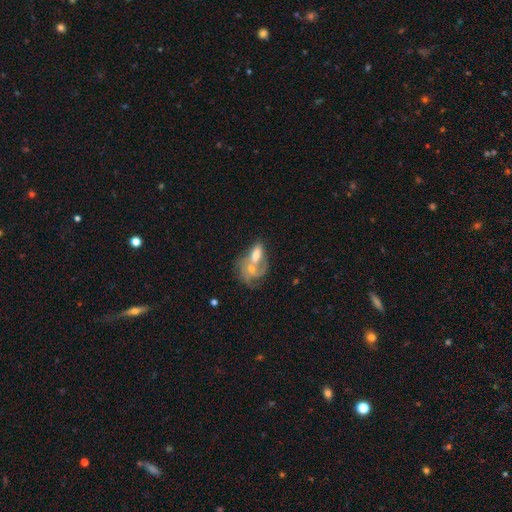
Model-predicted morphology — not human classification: Smooth or featured? Predicted: smooth (p=0.48). Merging? Predicted: merger (p=0.63).